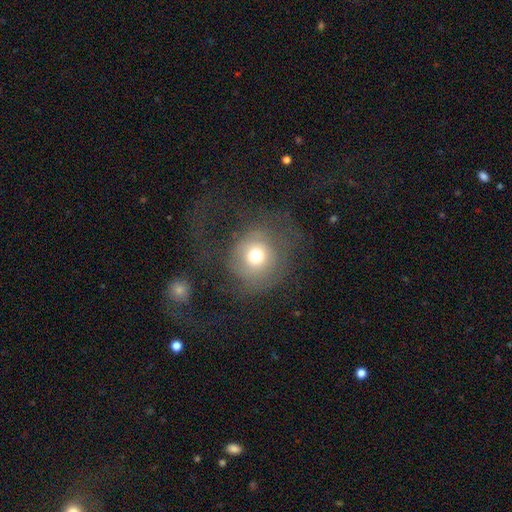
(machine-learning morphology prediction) This appears to be a smooth galaxy with no disk features (65%) that is round (89%). Merging: none (49%).